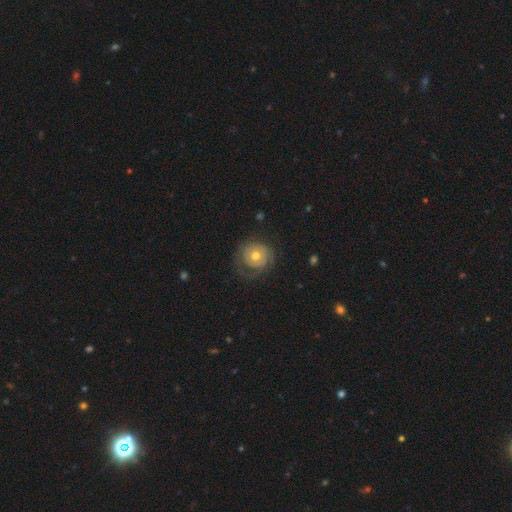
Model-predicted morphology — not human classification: This is possibly a featured or disk galaxy (58%). It is clearly not viewed edge-on (97%). Bar: clearly no (84%). Spiral arm pattern: likely yes (68%). Central bulge: likely moderate (75%). Merging: likely none (63%).